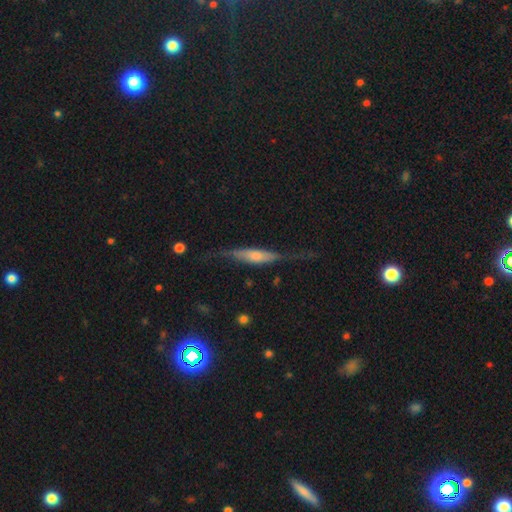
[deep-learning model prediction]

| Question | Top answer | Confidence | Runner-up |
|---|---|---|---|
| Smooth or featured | featured or disk | 59% | smooth (35%) |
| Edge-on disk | yes | 83% | no (17%) |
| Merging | none | 61% | minor disturbance (23%) |